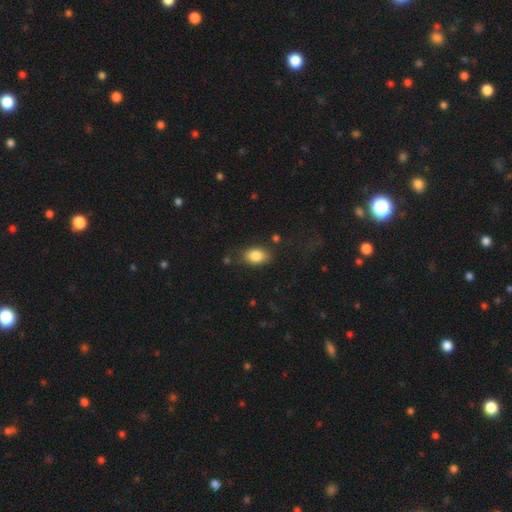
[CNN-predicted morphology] This appears to be a smooth galaxy with no disk features (85%) that is in between round and cigar-shaped (86%). Merging: none (78%).